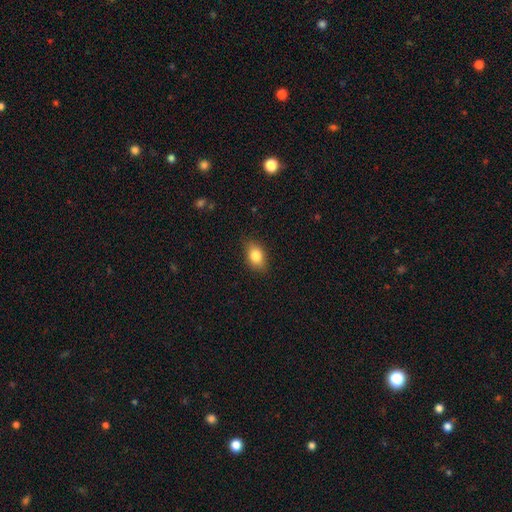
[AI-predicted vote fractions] This appears to be a smooth galaxy with no disk features (81%) that is in between round and cigar-shaped (81%). Merging: none (84%).